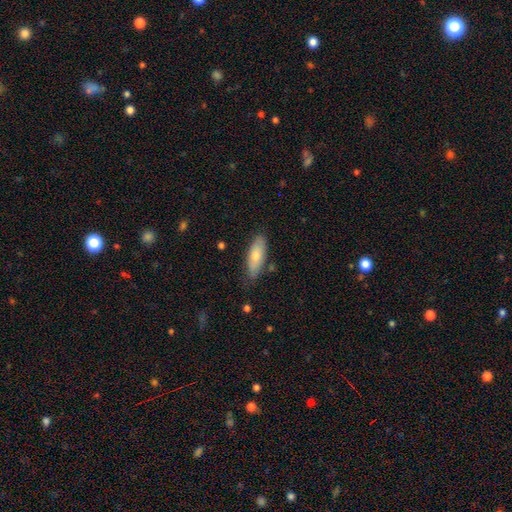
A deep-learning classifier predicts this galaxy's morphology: Q: Smooth or featured?
A: smooth (65%); runner-up: featured or disk (28%)
Q: How rounded?
A: in between (69%); runner-up: cigar-shaped (28%)
Q: Merging?
A: none (80%); runner-up: minor disturbance (15%)